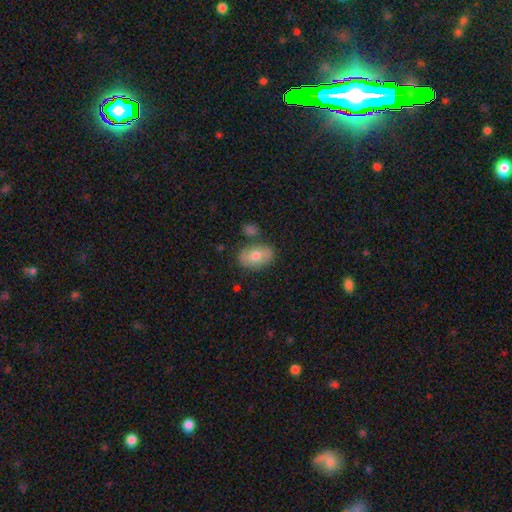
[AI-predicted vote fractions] smooth_or_featured: smooth (p=0.72) [alt: featured or disk p=0.21]
how_rounded: in between (p=0.86) [alt: round p=0.12]
merging: none (p=0.73) [alt: minor disturbance p=0.15]